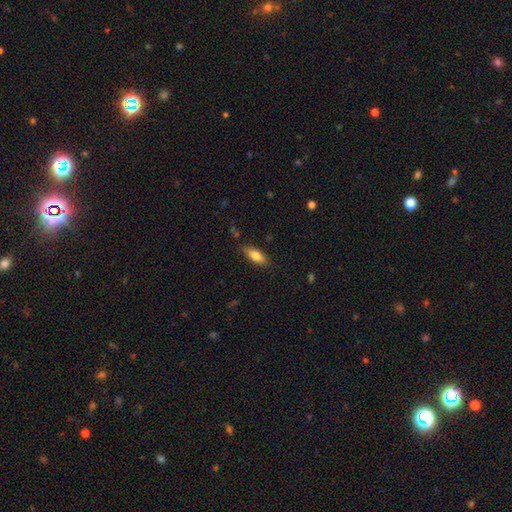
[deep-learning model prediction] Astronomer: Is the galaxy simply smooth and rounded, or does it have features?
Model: smooth — 76%.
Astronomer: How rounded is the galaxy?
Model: in between — 70%.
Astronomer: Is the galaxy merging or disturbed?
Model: none — 82%.